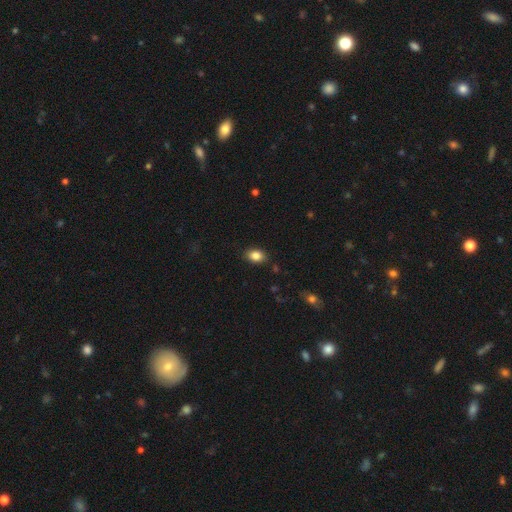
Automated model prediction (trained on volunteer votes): Smooth or featured: smooth — 85% (star or artifact — 9%)
How rounded: in between — 76% (round — 23%)
Merging: none — 85% (minor disturbance — 11%)